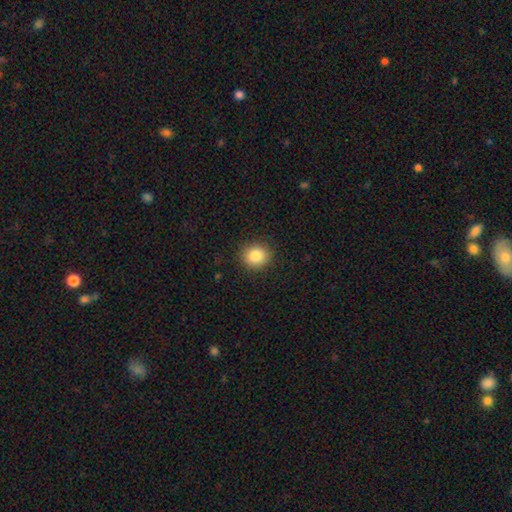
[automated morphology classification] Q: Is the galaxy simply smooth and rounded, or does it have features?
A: smooth — 86%.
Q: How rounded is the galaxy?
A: round — 79%.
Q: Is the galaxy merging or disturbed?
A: none — 89%.